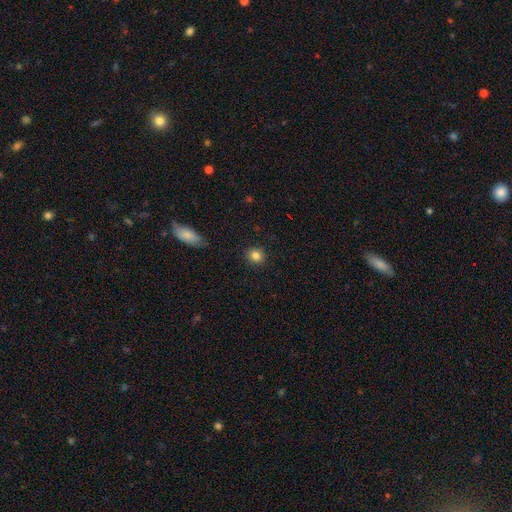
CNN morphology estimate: Overall: smooth (83%). How rounded: round (85%). Merging: none (90%).